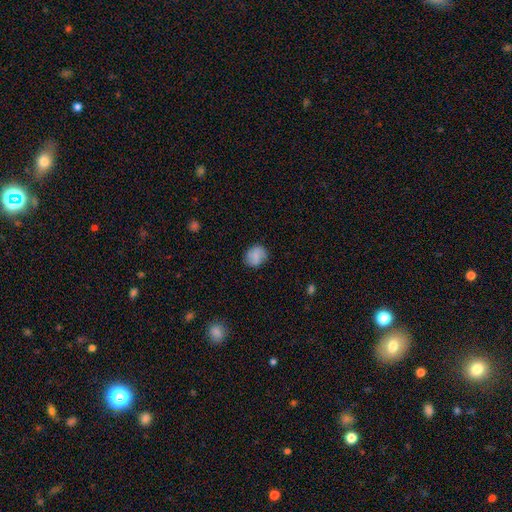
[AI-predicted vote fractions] Q: Smooth or featured?
A: smooth (71%); runner-up: featured or disk (20%)
Q: How rounded?
A: round (66%); runner-up: in between (33%)
Q: Merging?
A: none (81%); runner-up: minor disturbance (14%)